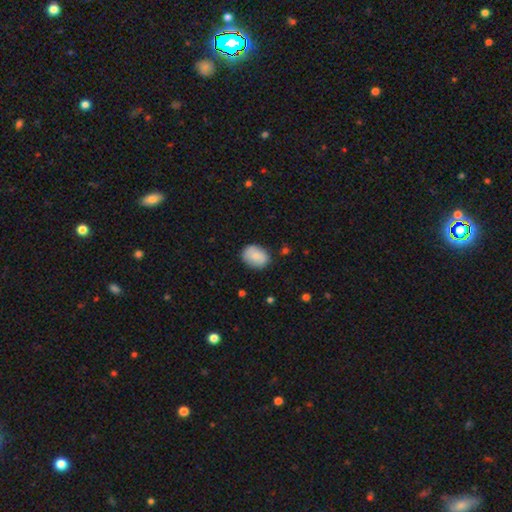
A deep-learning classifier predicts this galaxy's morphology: Smooth or featured? smooth (75%)
How rounded? in between (59%)
Merging? none (81%)